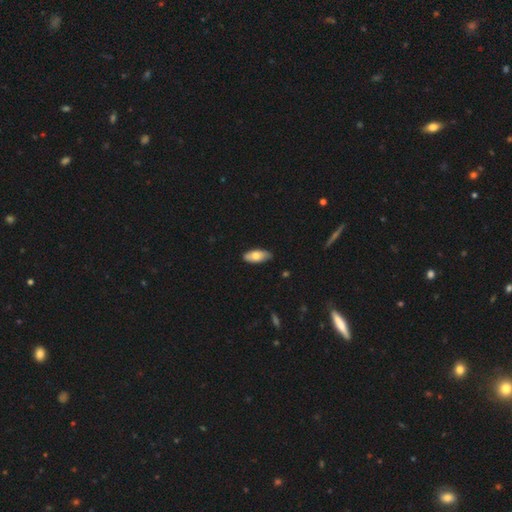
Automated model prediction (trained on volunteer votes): Smooth or featured: smooth — 72% (featured or disk — 22%)
How rounded: in between — 87% (cigar-shaped — 11%)
Merging: none — 81% (minor disturbance — 16%)